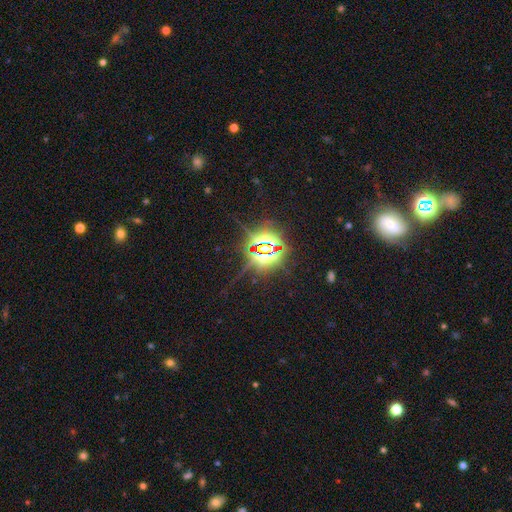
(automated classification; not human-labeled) A star or artifact, not a galaxy (84%).

Vote fractions:
- Smooth or featured? star or artifact: 84% / featured or disk: 9% / smooth: 7%